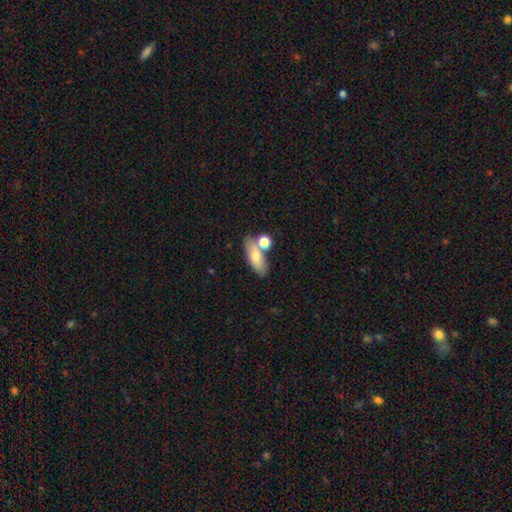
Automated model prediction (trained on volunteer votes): A smooth galaxy with no disk features (72%) that is in between round and cigar-shaped (72%). Merging: none (53%).